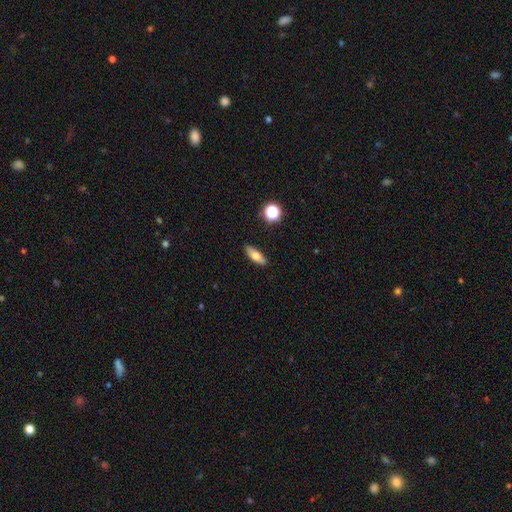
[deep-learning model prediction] A smooth galaxy with no disk features (70%) that is in between round and cigar-shaped (65%).

Vote fractions:
- Smooth or featured? smooth: 70% / featured or disk: 21% / star or artifact: 8%
- How rounded? in between: 65% / cigar-shaped: 30% / round: 4%
- Merging? none: 89% / minor disturbance: 8% / major disturbance: 2% / merger: 1%